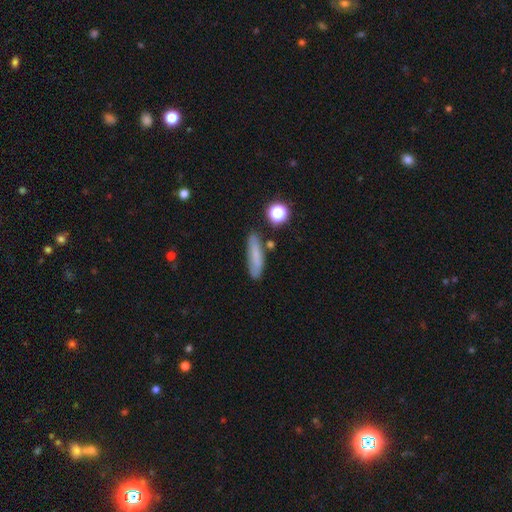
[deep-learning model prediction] smooth 71%, featured or disk 18%, star or artifact 11%. Down the decision tree: how rounded — cigar-shaped (73%); merging — none (76%).